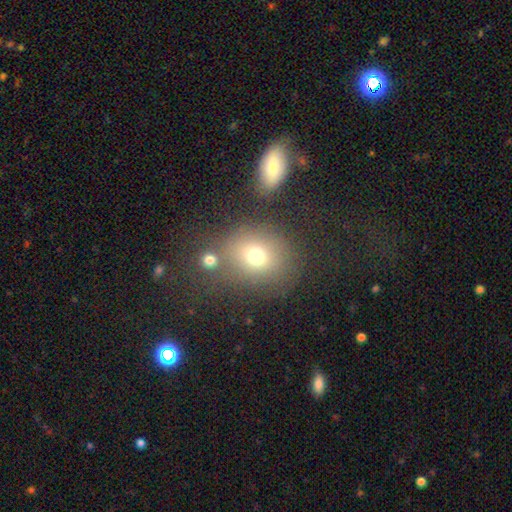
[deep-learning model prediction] A smooth galaxy with no disk features (71%) that is round (66%). Merging: none (64%).